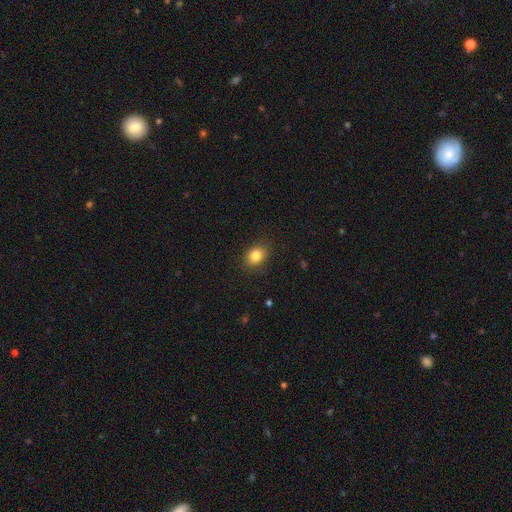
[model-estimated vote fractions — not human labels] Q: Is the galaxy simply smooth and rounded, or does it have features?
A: smooth — 83%.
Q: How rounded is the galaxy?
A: in between — 62%.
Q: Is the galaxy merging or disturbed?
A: none — 87%.